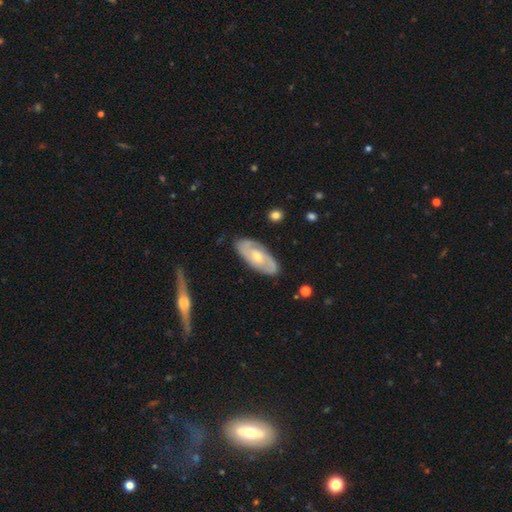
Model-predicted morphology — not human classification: Q: Smooth or featured?
A: featured or disk (67%); runner-up: smooth (27%)
Q: Edge-on disk?
A: no (85%); runner-up: yes (15%)
Q: Bar?
A: no (71%); runner-up: weak (23%)
Q: Spiral arms?
A: yes (71%); runner-up: no (29%)
Q: Bulge size?
A: moderate (60%); runner-up: small (34%)
Q: Merging?
A: none (84%); runner-up: minor disturbance (12%)